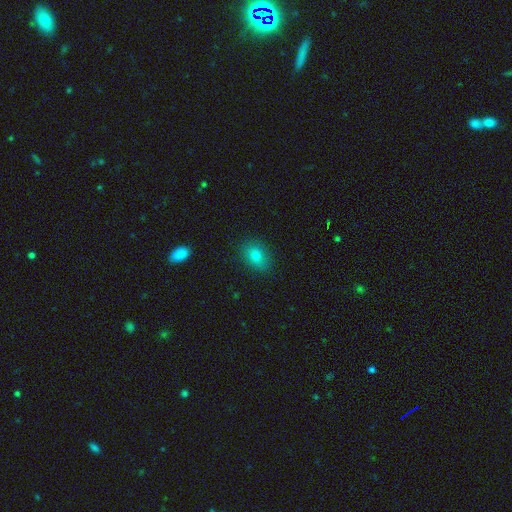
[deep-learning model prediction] Smooth or featured?
  - smooth: 80% *
  - star or artifact: 10%
  - featured or disk: 10%
How rounded?
  - in between: 77% *
  - round: 21%
  - cigar-shaped: 2%
Merging?
  - none: 86% *
  - minor disturbance: 10%
  - major disturbance: 3%
  - merger: 1%